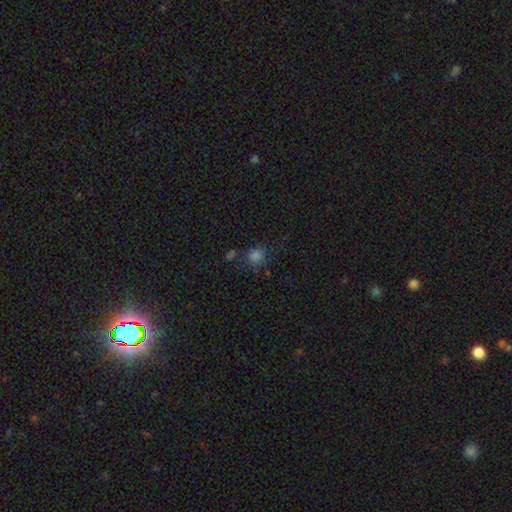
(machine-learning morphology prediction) A smooth galaxy with no disk features (73%) that is round (83%). Merging: none (68%).